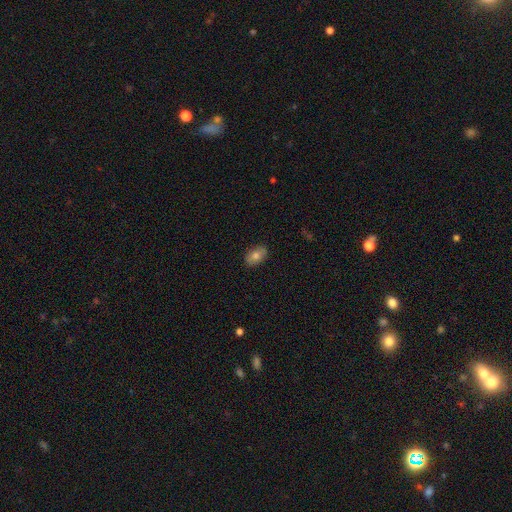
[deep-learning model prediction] A smooth galaxy with no disk features (74%) that is in between round and cigar-shaped (88%).

Vote fractions:
- Smooth or featured? smooth: 74% / featured or disk: 17% / star or artifact: 8%
- How rounded? in between: 88% / round: 10% / cigar-shaped: 2%
- Merging? none: 86% / minor disturbance: 11% / major disturbance: 2% / merger: 1%